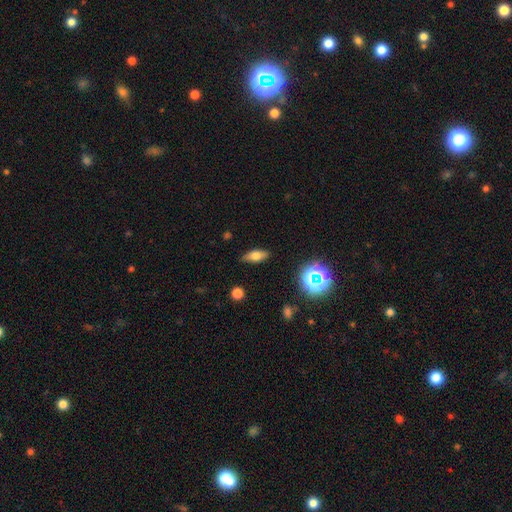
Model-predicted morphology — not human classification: Smooth or featured? smooth (64%)
How rounded? in between (74%)
Merging? none (84%)